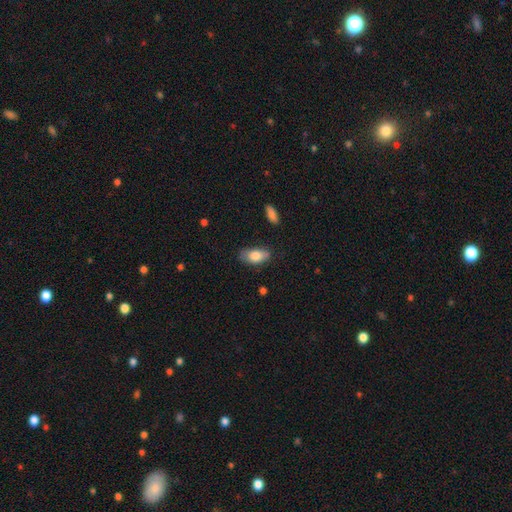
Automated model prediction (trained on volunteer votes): A smooth galaxy with no disk features (80%) that is in between round and cigar-shaped (90%).

Vote fractions:
- Smooth or featured? smooth: 80% / featured or disk: 13% / star or artifact: 7%
- How rounded? in between: 90% / cigar-shaped: 6% / round: 4%
- Merging? none: 69% / minor disturbance: 24% / major disturbance: 5% / merger: 2%